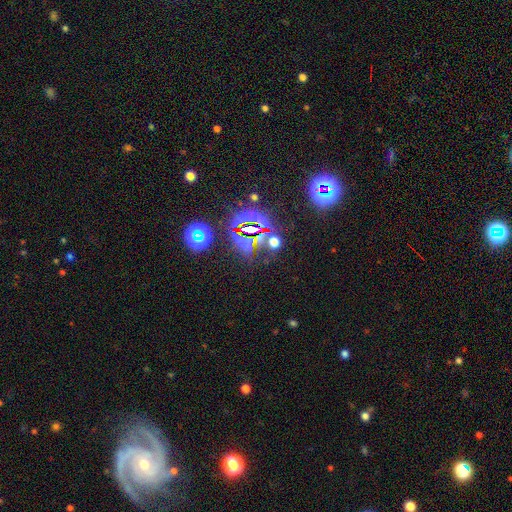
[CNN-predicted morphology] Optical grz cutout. It shows a star or artifact, not a galaxy (54%).